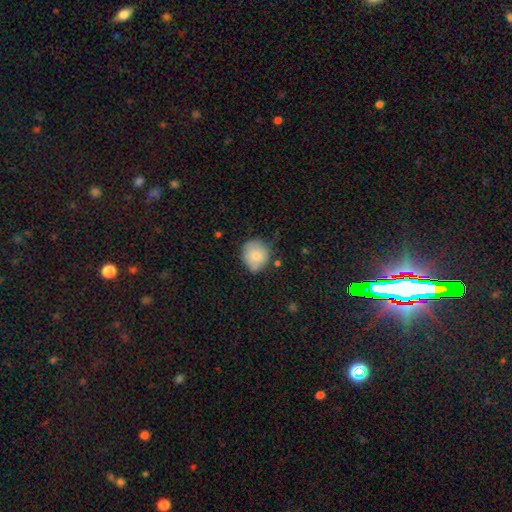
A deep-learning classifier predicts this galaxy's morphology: A smooth galaxy with no disk features (80%) that is round (81%). Merging: none (63%).